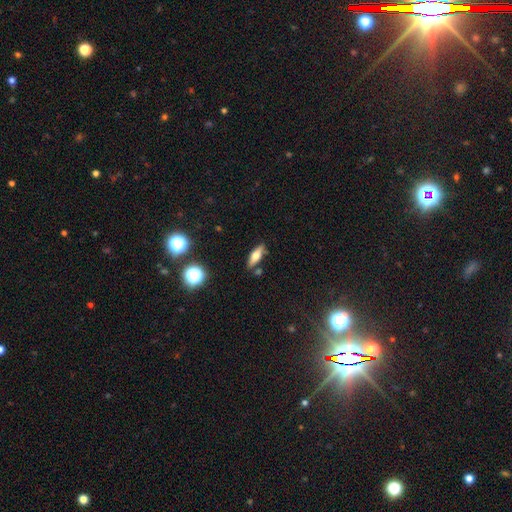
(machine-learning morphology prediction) smooth_or_featured: smooth (p=0.56) [alt: featured or disk p=0.34]
how_rounded: in between (p=0.57) [alt: cigar-shaped p=0.39]
merging: none (p=0.81) [alt: minor disturbance p=0.12]